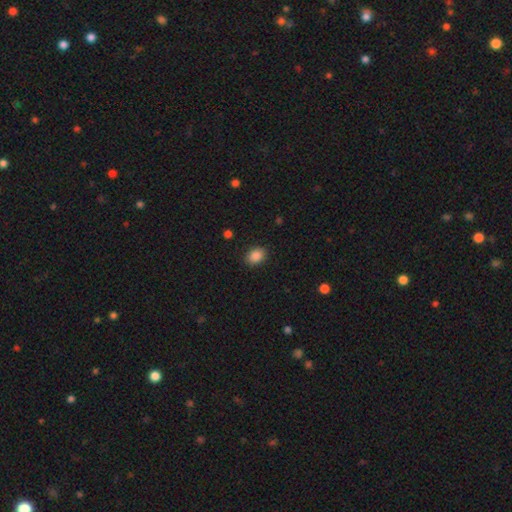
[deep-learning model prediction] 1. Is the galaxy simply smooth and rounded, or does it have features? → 88% smooth, 9% star or artifact, 3% featured or disk.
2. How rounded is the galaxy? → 66% in between, 33% round, 1% cigar-shaped.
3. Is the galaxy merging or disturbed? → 87% none, 10% minor disturbance, 3% major disturbance, 1% merger.